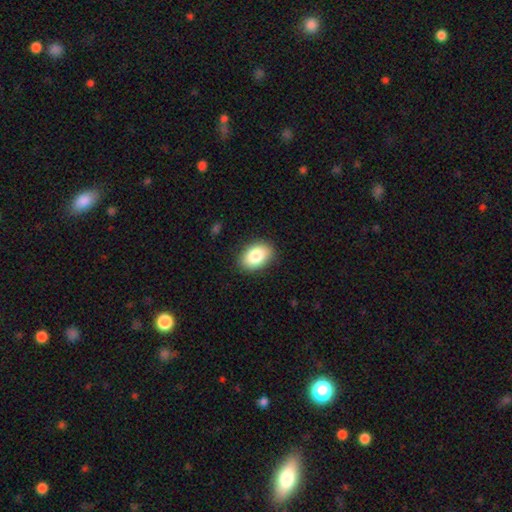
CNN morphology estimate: smooth_or_featured: smooth (p=0.84) [alt: featured or disk p=0.09]
how_rounded: in between (p=0.83) [alt: round p=0.15]
merging: none (p=0.87) [alt: minor disturbance p=0.10]